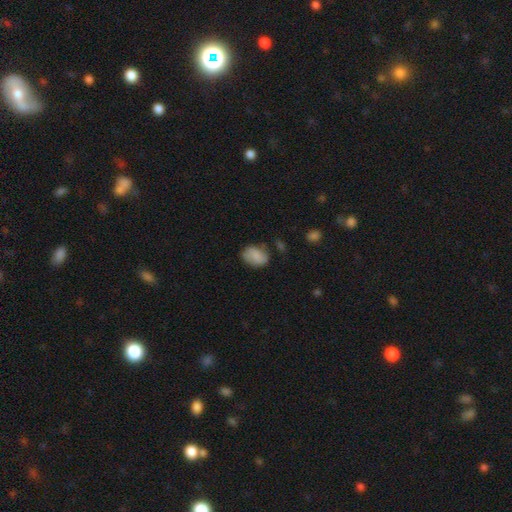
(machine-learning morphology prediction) This appears to be a smooth galaxy with no disk features (79%) that is in between round and cigar-shaped (79%). Merging: none (65%).